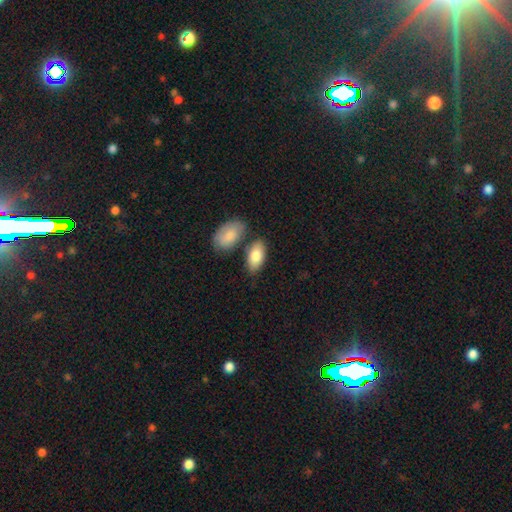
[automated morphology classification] smooth 82%, featured or disk 12%, star or artifact 6%. Down the decision tree: how rounded — in between (93%); merging — none (70%).